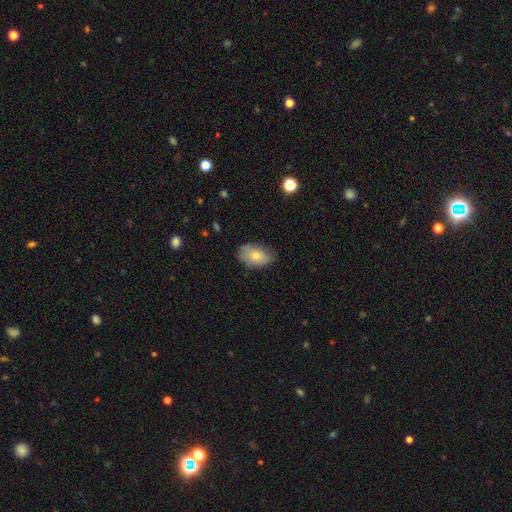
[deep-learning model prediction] Smooth or featured?
  - smooth: 75% *
  - featured or disk: 18%
  - star or artifact: 7%
How rounded?
  - in between: 90% *
  - round: 9%
  - cigar-shaped: 1%
Merging?
  - none: 74% *
  - minor disturbance: 21%
  - major disturbance: 4%
  - merger: 1%